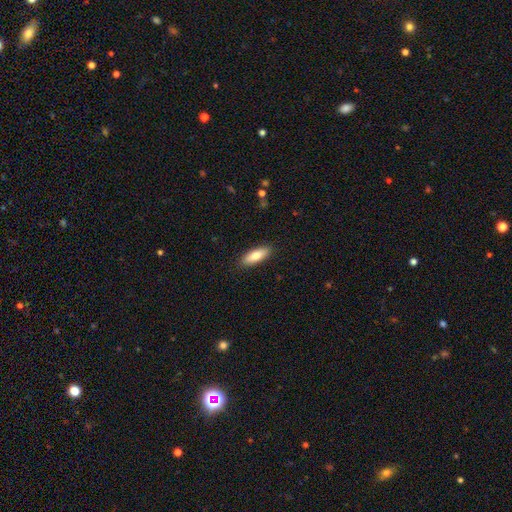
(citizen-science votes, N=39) smooth 92%, featured or disk 5%, star or artifact 3%. Down the decision tree: how rounded — in between (61%); merging — none (92%).